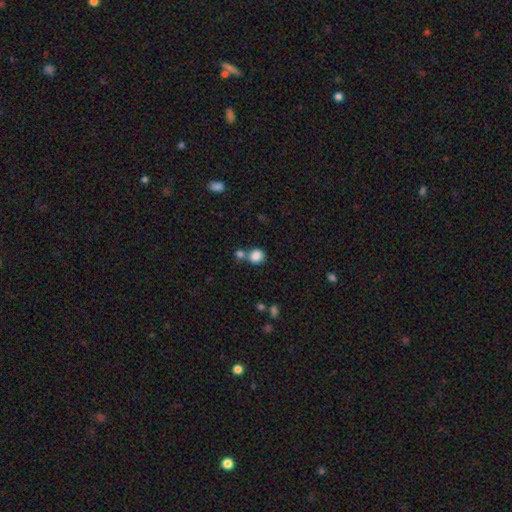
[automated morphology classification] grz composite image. It shows a smooth galaxy with no disk features (85%) that is round (74%). Merging: none (54%).